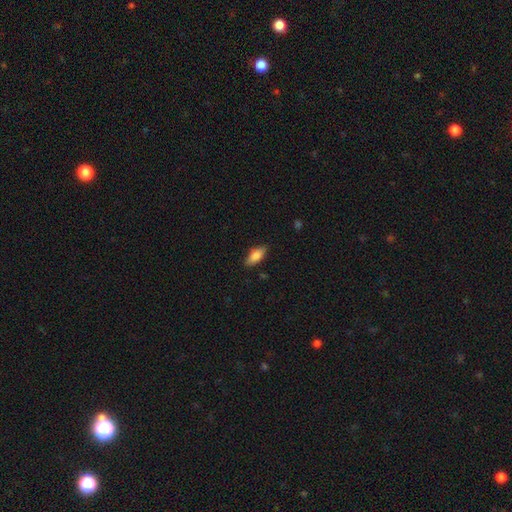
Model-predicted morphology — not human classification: Overall: smooth (82%). How rounded: in between (80%). Merging: none (85%).